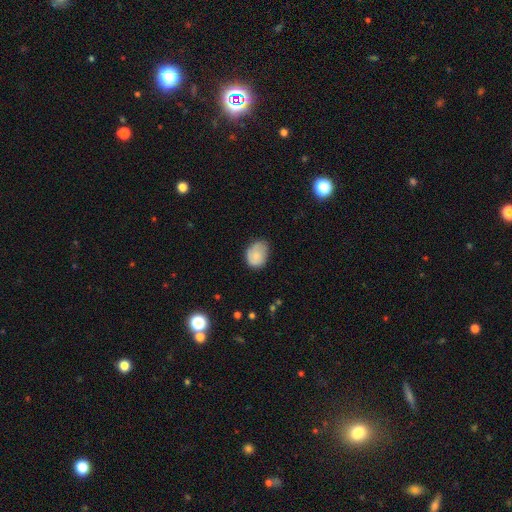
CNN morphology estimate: Overall: smooth (76%). How rounded: in between (65%; round 34%). Merging: none (56%; minor disturbance 34%).